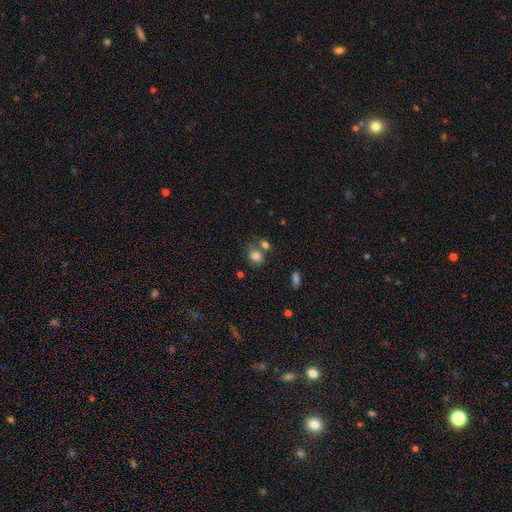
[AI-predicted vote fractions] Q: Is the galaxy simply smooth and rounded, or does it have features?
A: smooth — 78%.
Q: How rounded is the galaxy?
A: round — 53%.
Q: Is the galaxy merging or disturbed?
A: none — 52%.